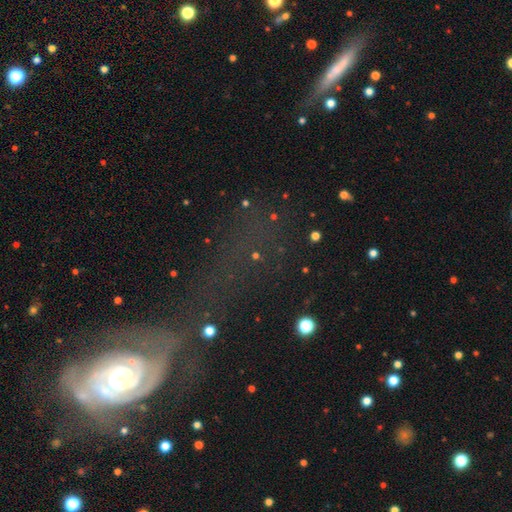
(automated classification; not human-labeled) Smooth or featured?
  - star or artifact: 54% *
  - smooth: 29%
  - featured or disk: 17%